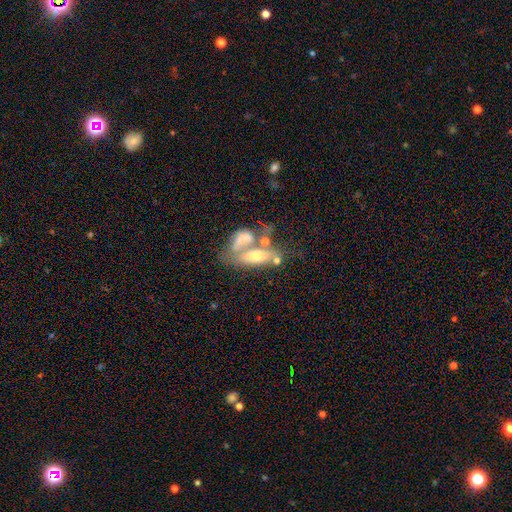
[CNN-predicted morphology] smooth-or-featured: smooth: 50% | featured or disk: 41% | star or artifact: 9%
  how-rounded: in between: 77% | cigar-shaped: 18% | round: 6%
  merging: merger: 60% | none: 17% | major disturbance: 13% | minor disturbance: 10%